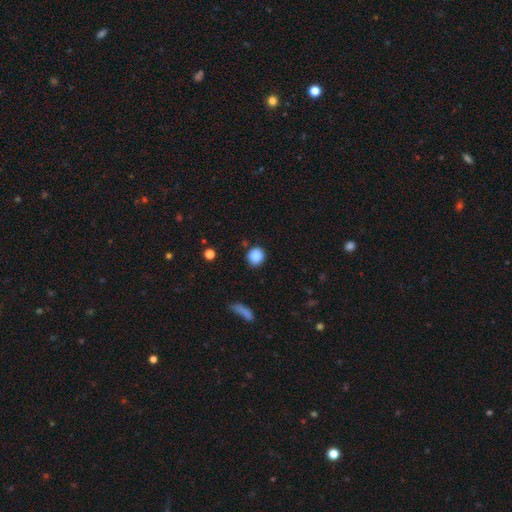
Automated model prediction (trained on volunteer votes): Overall: smooth (87%). How rounded: round (85%). Merging: none (83%).